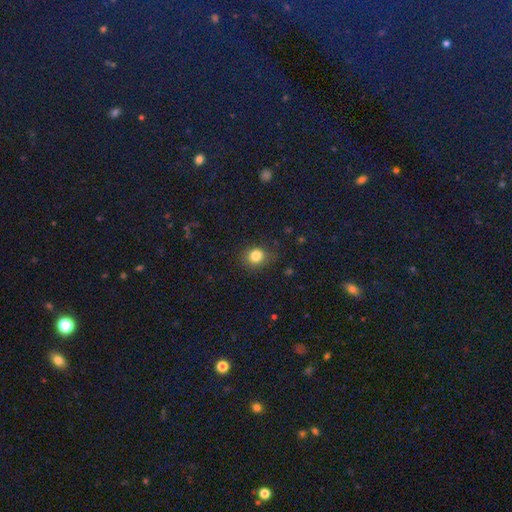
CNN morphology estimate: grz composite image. It shows a smooth galaxy with no disk features (83%) that is round (77%). Merging: none (79%).